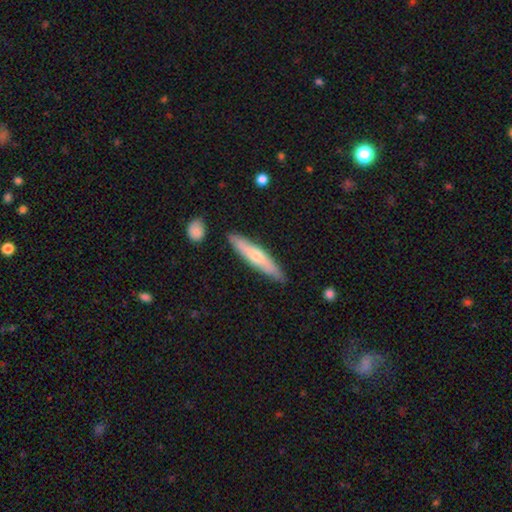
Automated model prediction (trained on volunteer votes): Overall: smooth (53%; featured or disk 42%). How rounded: cigar-shaped (88%). Merging: none (86%).